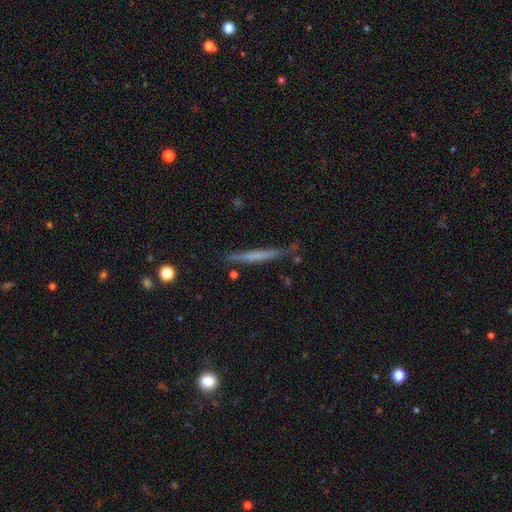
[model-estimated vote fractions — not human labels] A smooth galaxy with no disk features (49%).

Vote fractions:
- Smooth or featured? smooth: 49% / featured or disk: 44% / star or artifact: 7%
- Merging? none: 79% / minor disturbance: 15% / major disturbance: 3% / merger: 3%